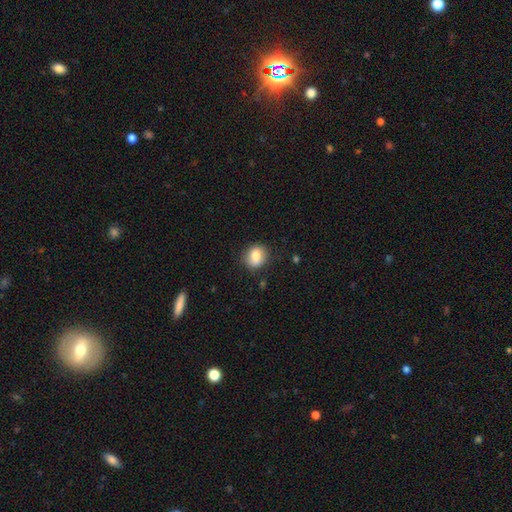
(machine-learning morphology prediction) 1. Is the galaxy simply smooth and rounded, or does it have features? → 78% smooth, 13% featured or disk, 9% star or artifact.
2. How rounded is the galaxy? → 67% round, 32% in between, 1% cigar-shaped.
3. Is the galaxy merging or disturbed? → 82% none, 13% minor disturbance, 3% major disturbance, 2% merger.